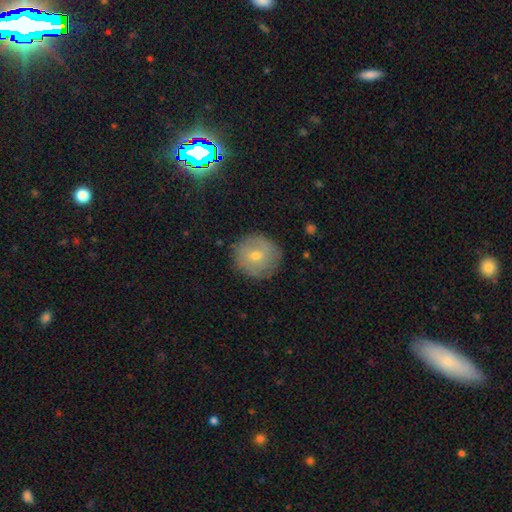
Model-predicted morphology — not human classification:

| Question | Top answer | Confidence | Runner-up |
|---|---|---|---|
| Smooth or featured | smooth | 55% | featured or disk (30%) |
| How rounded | round | 94% | in between (5%) |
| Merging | none | 85% | minor disturbance (11%) |